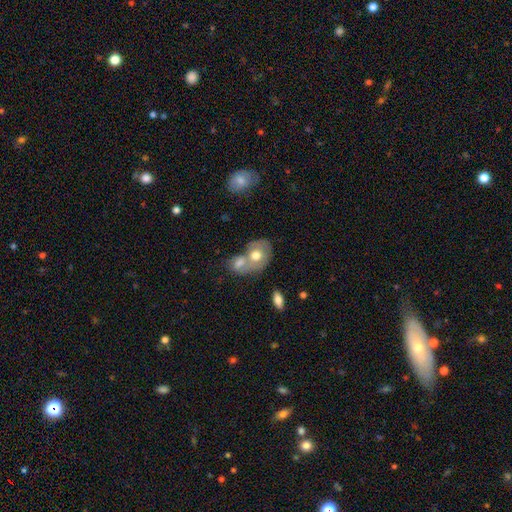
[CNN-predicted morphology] Smooth or featured? smooth (58%)
How rounded? in between (70%)
Merging? merger (59%)